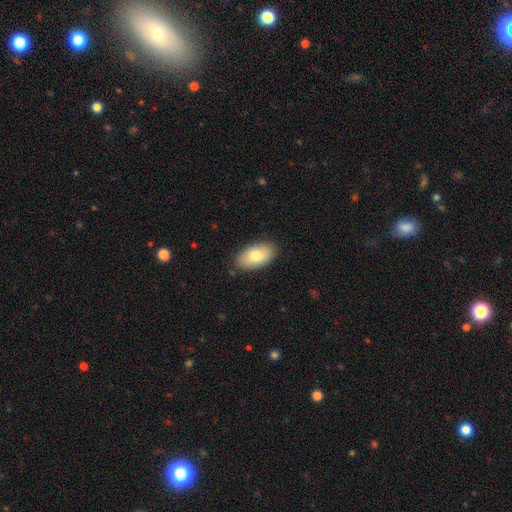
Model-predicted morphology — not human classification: smooth_or_featured: smooth (p=0.78) [alt: featured or disk p=0.16]
how_rounded: in between (p=0.94) [alt: round p=0.04]
merging: none (p=0.86) [alt: minor disturbance p=0.11]